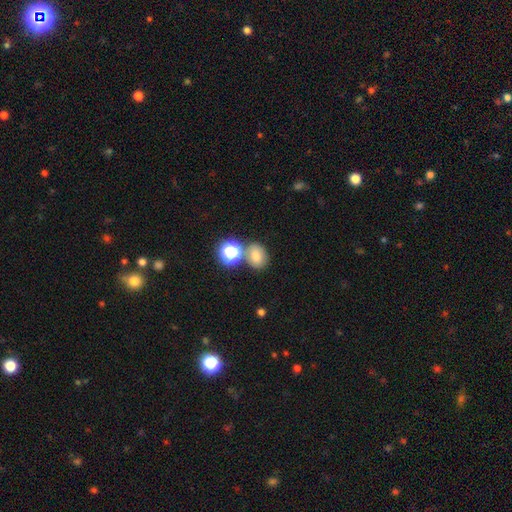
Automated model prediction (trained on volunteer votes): Smooth or featured?
  - smooth: 68% *
  - star or artifact: 20%
  - featured or disk: 12%
How rounded?
  - in between: 50% *
  - round: 49%
  - cigar-shaped: 1%
Merging?
  - none: 64% *
  - merger: 20%
  - minor disturbance: 12%
  - major disturbance: 5%